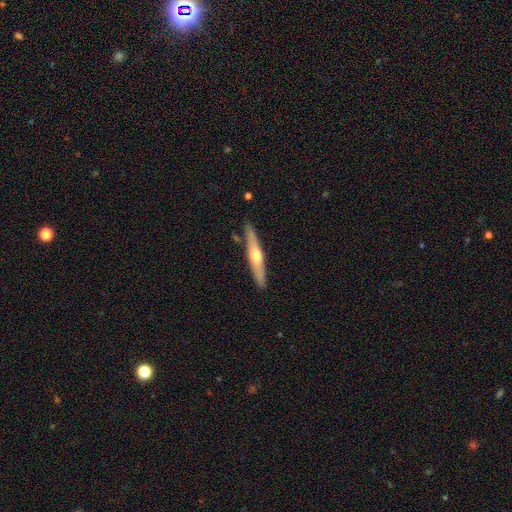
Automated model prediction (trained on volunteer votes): The model was most divided on "smooth or featured": featured or disk: 56%, smooth: 39%, star or artifact: 5%. More confident: edge-on disk — yes (93%); edge-on bulge — rounded (89%); merging — none (86%).